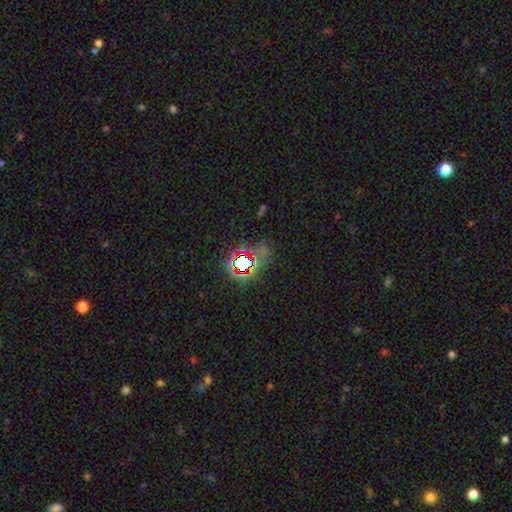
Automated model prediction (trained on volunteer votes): Morphology: type=star or artifact (62%).